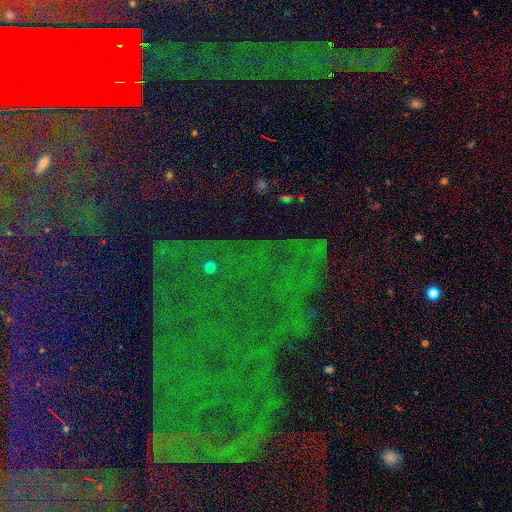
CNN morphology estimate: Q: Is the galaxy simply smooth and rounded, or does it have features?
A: star or artifact — 79%.